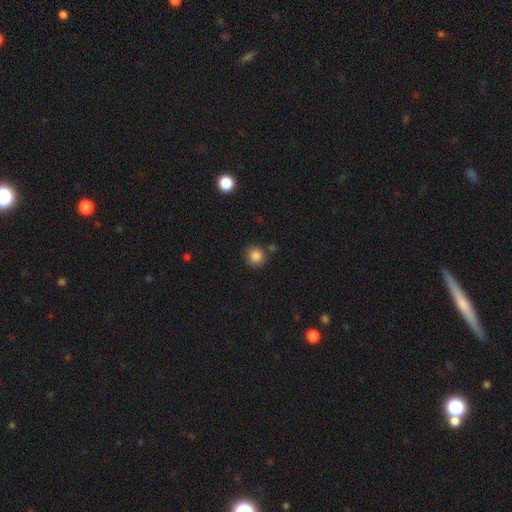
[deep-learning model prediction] Morphology: type=smooth (86%); roundness=round (91%); merging=none (81%).